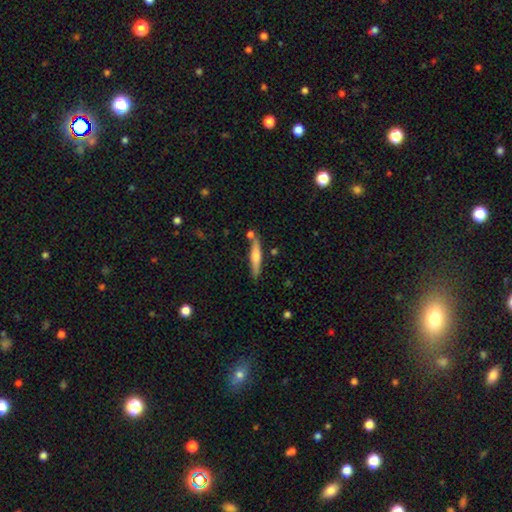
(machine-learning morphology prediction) A smooth galaxy with no disk features (53%) that is cigar-shaped (89%). Merging: none (76%).